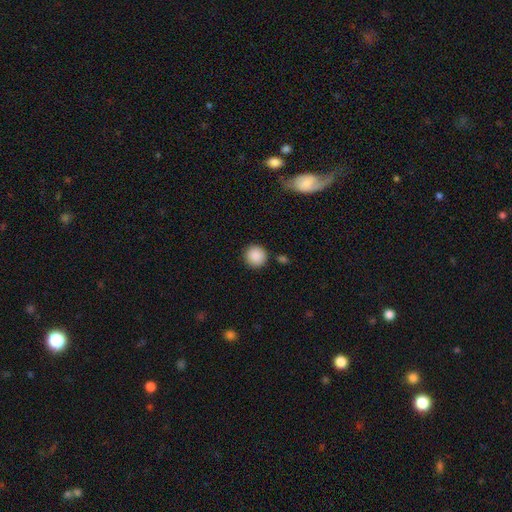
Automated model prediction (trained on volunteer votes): Q: Smooth or featured?
A: smooth (89%); runner-up: star or artifact (8%)
Q: How rounded?
A: round (95%); runner-up: in between (4%)
Q: Merging?
A: none (87%); runner-up: minor disturbance (7%)